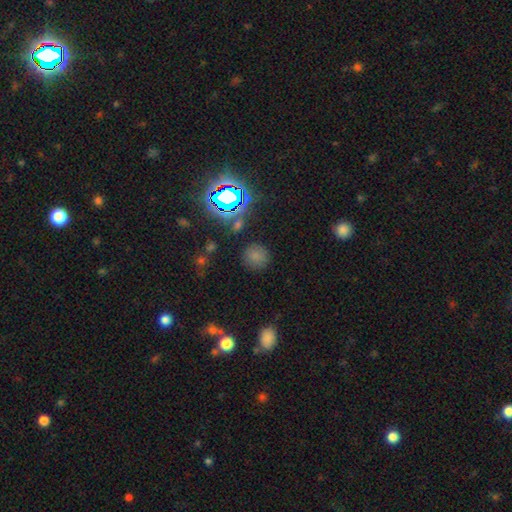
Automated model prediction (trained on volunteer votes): Overall: smooth (69%). How rounded: round (89%). Merging: none (84%).